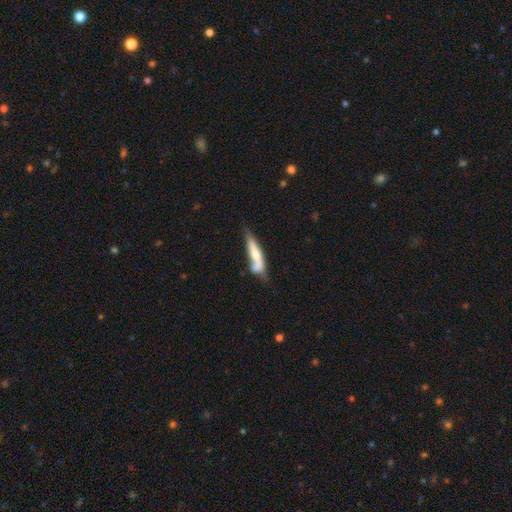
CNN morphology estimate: Smooth or featured: smooth — 55% (featured or disk — 39%)
How rounded: cigar-shaped — 73% (in between — 25%)
Merging: none — 35% (minor disturbance — 28%)